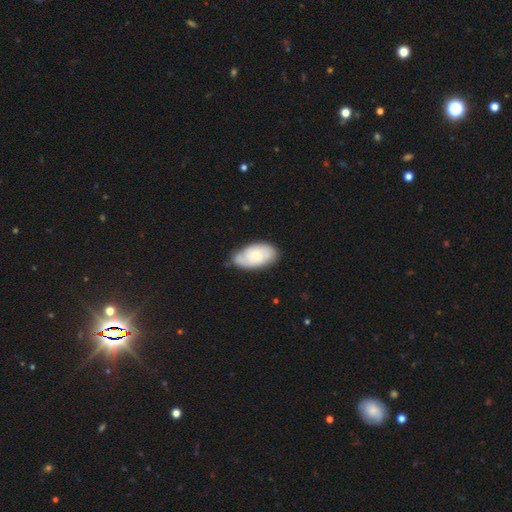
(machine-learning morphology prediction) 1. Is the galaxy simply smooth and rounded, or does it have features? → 48% smooth, 46% featured or disk, 6% star or artifact.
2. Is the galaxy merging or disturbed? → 66% none, 26% minor disturbance, 5% major disturbance, 3% merger.